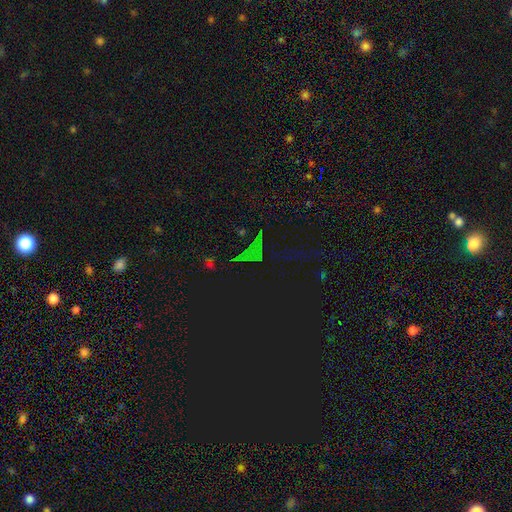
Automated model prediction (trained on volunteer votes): smooth_or_featured: star or artifact (p=0.72) [alt: smooth p=0.18]